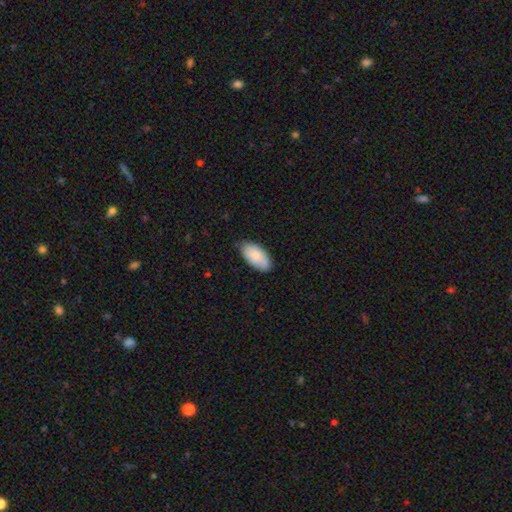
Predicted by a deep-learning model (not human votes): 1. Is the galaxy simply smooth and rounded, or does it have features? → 77% smooth, 17% featured or disk, 6% star or artifact.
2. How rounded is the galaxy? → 94% in between, 4% cigar-shaped, 2% round.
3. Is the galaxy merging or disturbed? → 73% none, 22% minor disturbance, 3% major disturbance, 1% merger.